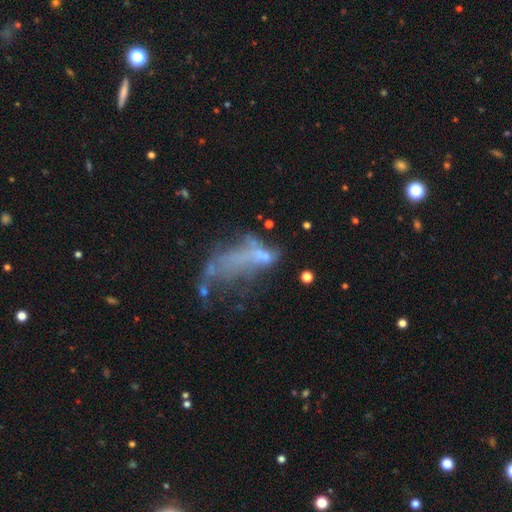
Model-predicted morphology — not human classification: featured or disk 49%, smooth 32%, star or artifact 20%. Down the decision tree: merging — major disturbance (40%).